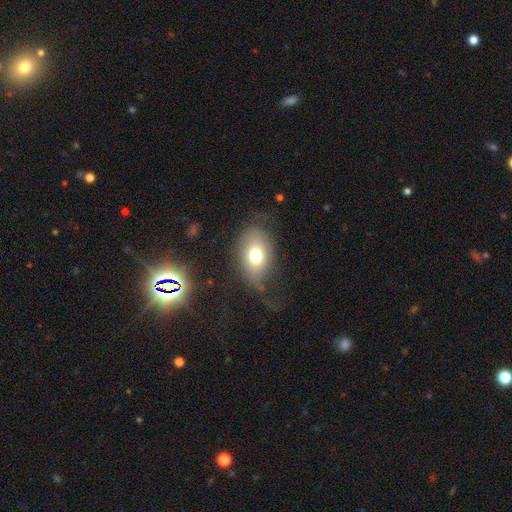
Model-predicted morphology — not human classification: Smooth or featured: smooth — 70% (featured or disk — 20%)
How rounded: in between — 84% (round — 14%)
Merging: none — 53% (minor disturbance — 24%)